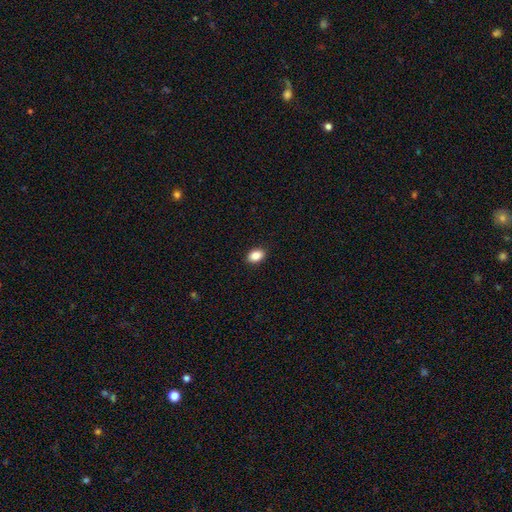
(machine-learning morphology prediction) Smooth or featured?
  - smooth: 87% *
  - star or artifact: 9%
  - featured or disk: 5%
How rounded?
  - in between: 83% *
  - round: 16%
  - cigar-shaped: 1%
Merging?
  - none: 90% *
  - minor disturbance: 7%
  - major disturbance: 2%
  - merger: 1%